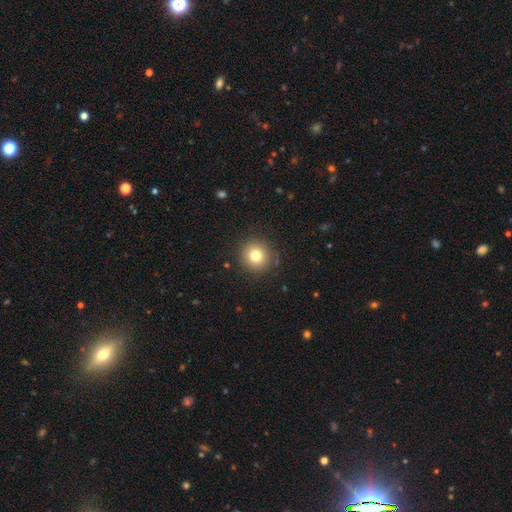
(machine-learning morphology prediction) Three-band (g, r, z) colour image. It shows a smooth galaxy with no disk features (78%) that is round (93%). Merging: none (88%).